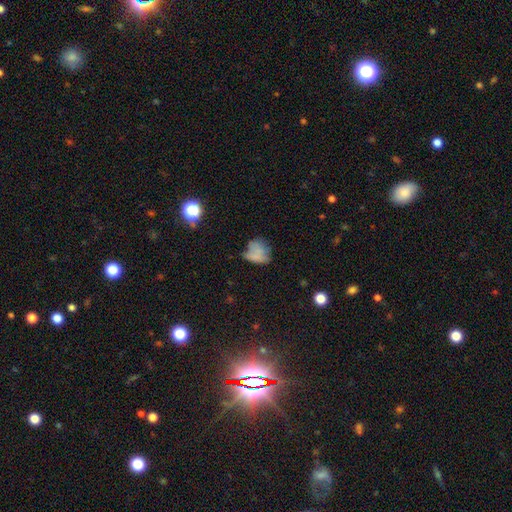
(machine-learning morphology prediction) Smooth or featured? Predicted: smooth (p=0.62). How rounded? Predicted: round (p=0.52). Merging? Predicted: none (p=0.39).